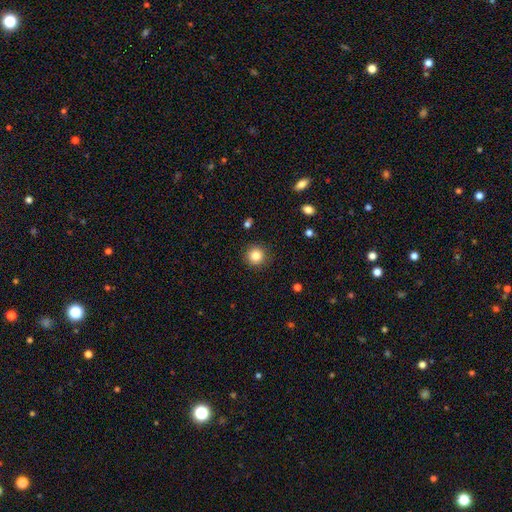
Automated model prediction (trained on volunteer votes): Overall: smooth (84%). How rounded: round (95%). Merging: none (91%).